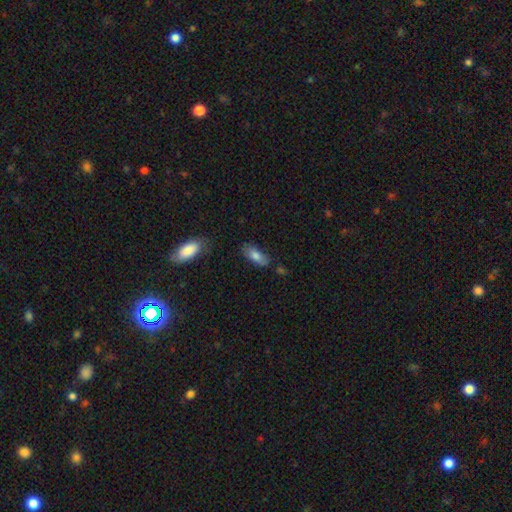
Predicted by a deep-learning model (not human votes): This is likely a smooth galaxy (78%). How rounded: likely in between (79%). Merging: likely none (69%).